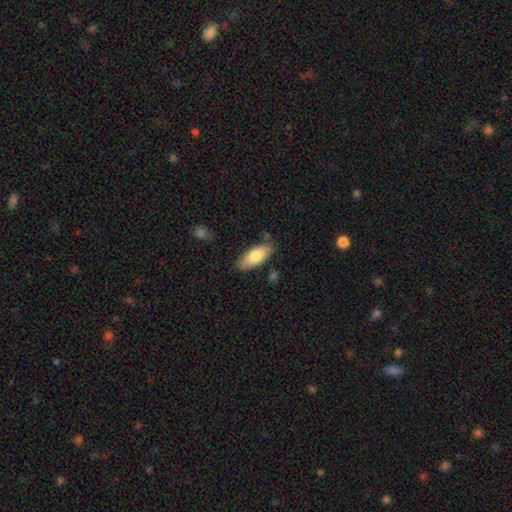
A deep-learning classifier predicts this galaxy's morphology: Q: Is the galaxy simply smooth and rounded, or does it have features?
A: smooth — 81%.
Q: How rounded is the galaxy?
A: in between — 80%.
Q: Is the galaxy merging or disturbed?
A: none — 80%.